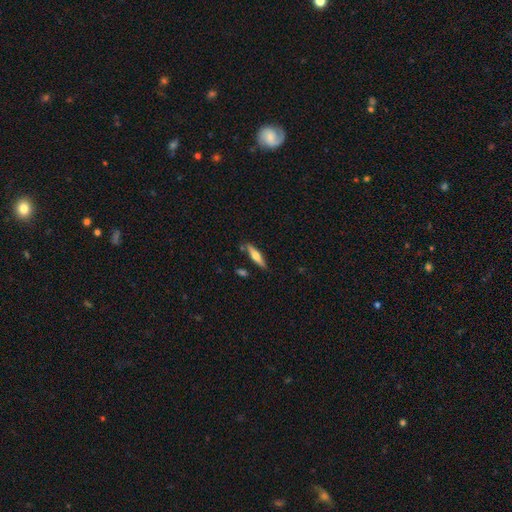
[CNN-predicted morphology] A featured or disk galaxy (52%) viewed edge-on (94%). Merging: none (83%).